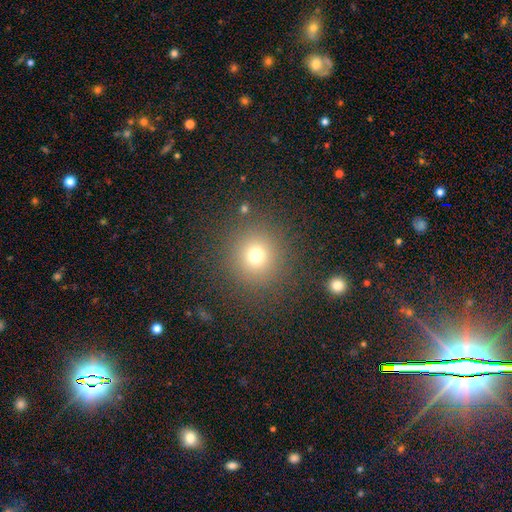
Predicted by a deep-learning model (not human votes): This appears to be a smooth galaxy with no disk features (71%) that is round (93%). Merging: none (87%).